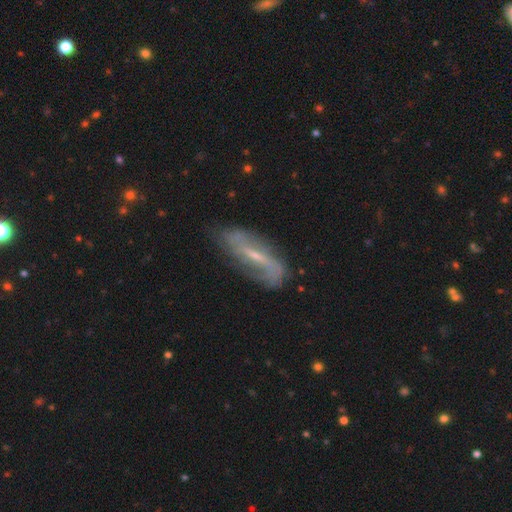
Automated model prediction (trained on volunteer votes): featured or disk 73%, smooth 18%, star or artifact 10%. Down the decision tree: edge-on disk — no (81%); bar — weak (40%); spiral arms — yes (84%); bulge size — small (66%); merging — none (73%).